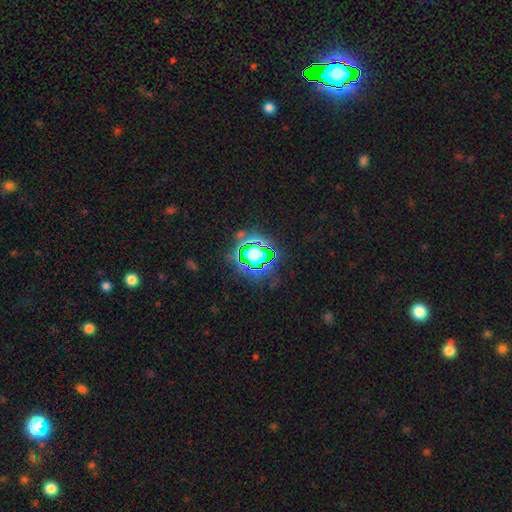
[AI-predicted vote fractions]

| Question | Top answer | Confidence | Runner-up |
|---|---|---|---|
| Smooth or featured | star or artifact | 67% | smooth (19%) |